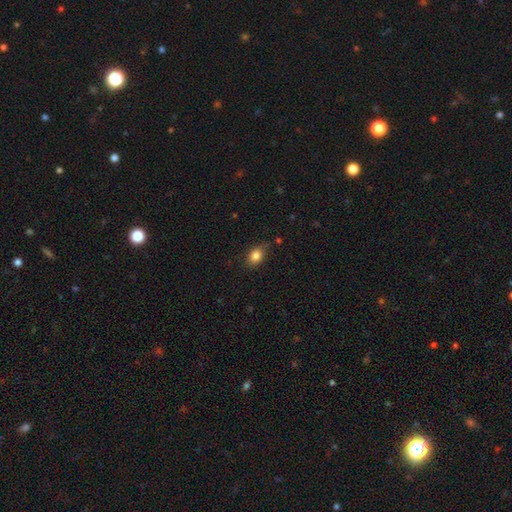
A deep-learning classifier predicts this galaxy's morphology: This is clearly a smooth galaxy (83%). How rounded: likely in between (67%). Merging: likely none (73%).